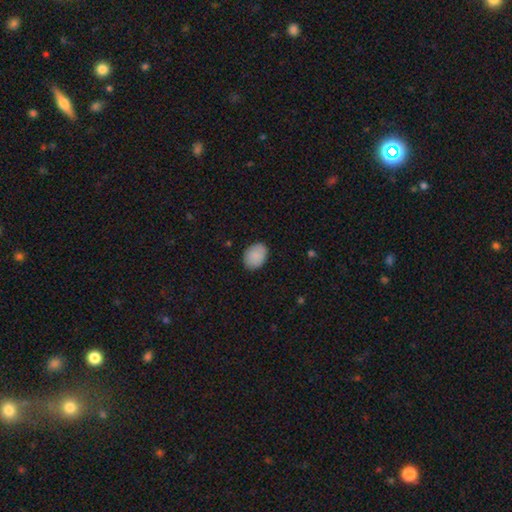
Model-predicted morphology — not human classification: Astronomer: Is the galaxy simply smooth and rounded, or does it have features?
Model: smooth — 89%.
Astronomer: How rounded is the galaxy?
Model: in between — 71%.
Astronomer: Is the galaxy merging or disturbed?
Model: none — 86%.